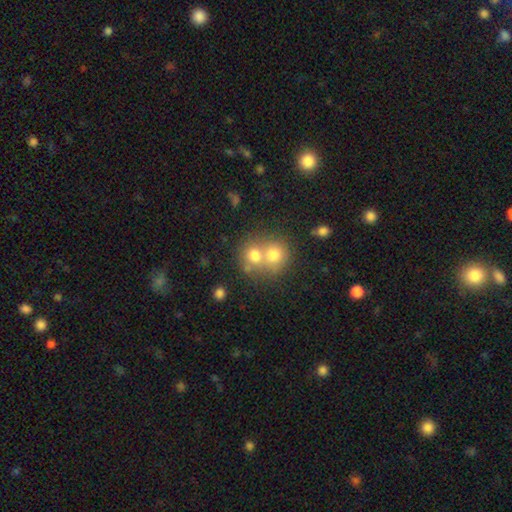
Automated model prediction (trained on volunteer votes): Overall: smooth (71%). How rounded: round (78%). Merging: merger (62%; none 30%).